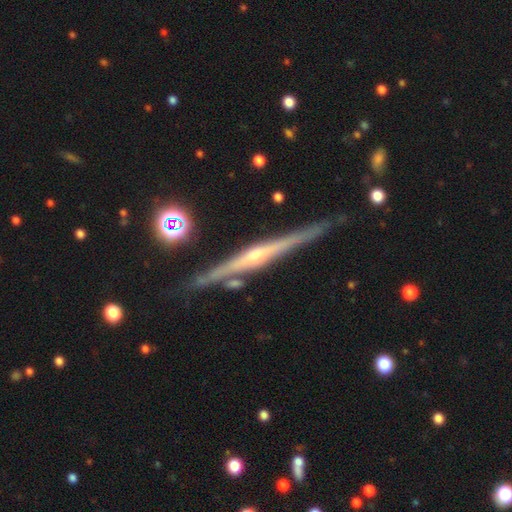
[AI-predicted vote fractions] smooth-or-featured: featured or disk: 84% | smooth: 10% | star or artifact: 6%
  disk-edge-on: yes: 98% | no: 2%
    edge-on-bulge: rounded: 70% | none: 21% | boxy: 9%
  merging: none: 85% | minor disturbance: 10% | merger: 3% | major disturbance: 2%